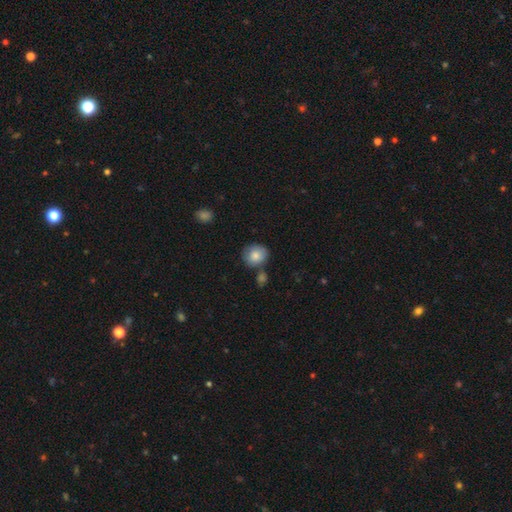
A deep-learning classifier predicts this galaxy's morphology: smooth_or_featured: smooth (p=0.82) [alt: featured or disk p=0.10]
how_rounded: round (p=0.77) [alt: in between p=0.23]
merging: none (p=0.67) [alt: minor disturbance p=0.16]